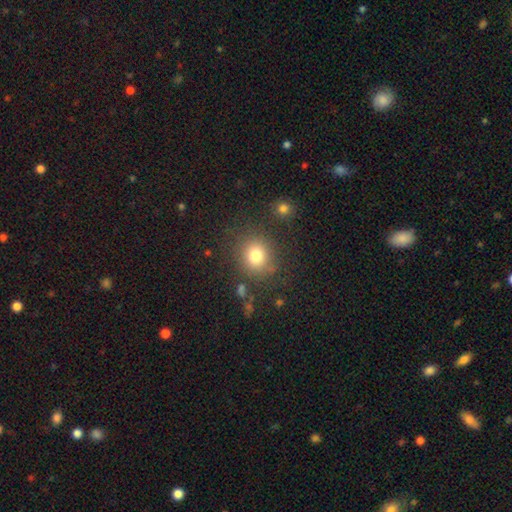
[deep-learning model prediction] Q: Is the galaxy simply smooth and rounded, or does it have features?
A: smooth — 79%.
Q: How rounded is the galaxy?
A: round — 82%.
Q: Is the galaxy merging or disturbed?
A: none — 81%.